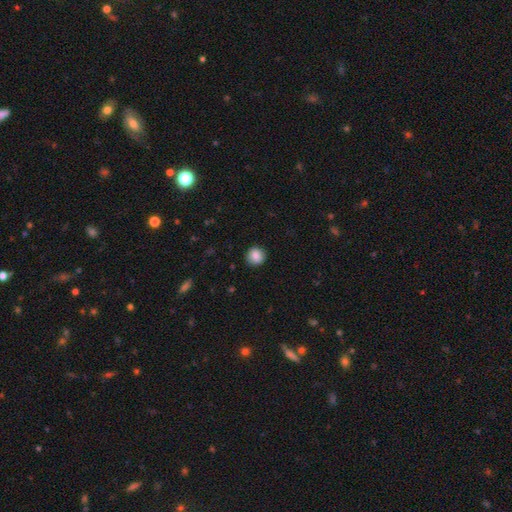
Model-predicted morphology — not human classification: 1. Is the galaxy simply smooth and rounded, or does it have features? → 86% smooth, 8% star or artifact, 6% featured or disk.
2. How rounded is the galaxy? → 90% round, 9% in between, 1% cigar-shaped.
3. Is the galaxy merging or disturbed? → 90% none, 7% minor disturbance, 2% major disturbance, 1% merger.